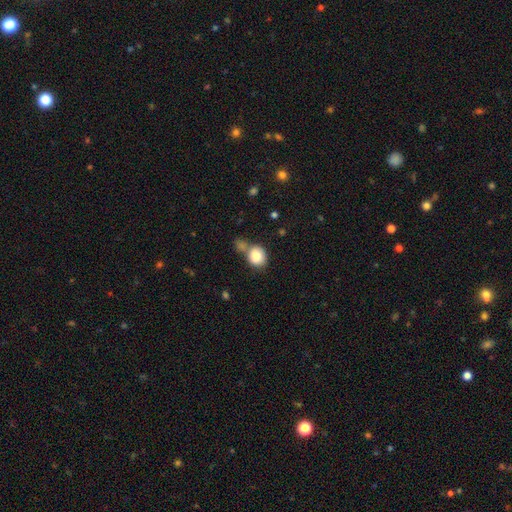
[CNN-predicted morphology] smooth-or-featured: smooth: 85% | star or artifact: 8% | featured or disk: 7%
  how-rounded: round: 66% | in between: 33% | cigar-shaped: 1%
  merging: none: 48% | merger: 33% | minor disturbance: 14% | major disturbance: 5%